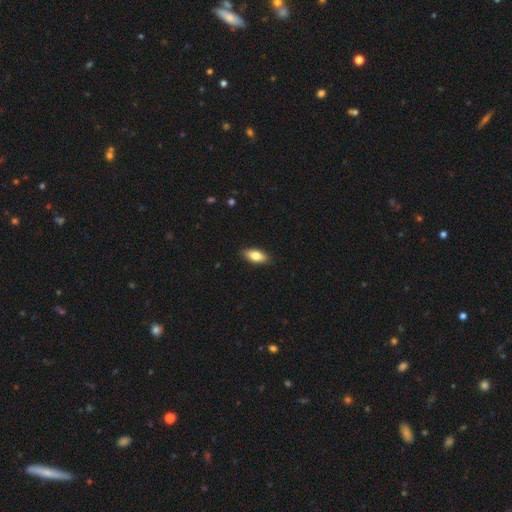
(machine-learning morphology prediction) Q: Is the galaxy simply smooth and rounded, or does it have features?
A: smooth — 78%.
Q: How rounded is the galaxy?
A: in between — 85%.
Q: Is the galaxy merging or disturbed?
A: none — 89%.